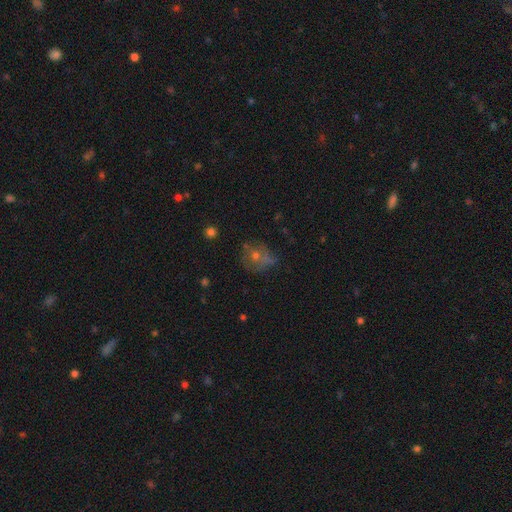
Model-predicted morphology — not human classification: smooth-or-featured: smooth: 44% | featured or disk: 37% | star or artifact: 19%
  merging: none: 50% | minor disturbance: 22% | major disturbance: 21% | merger: 7%